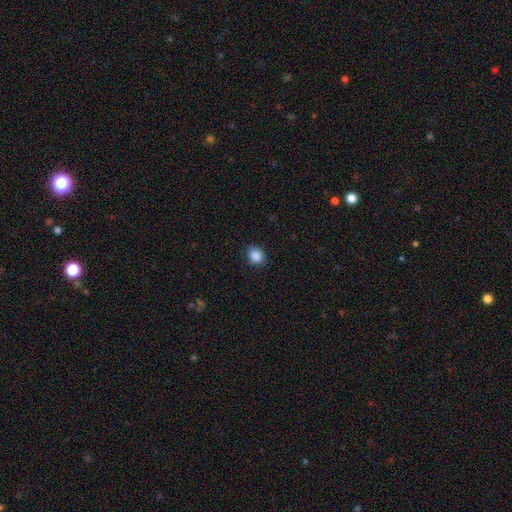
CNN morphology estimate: A smooth galaxy with no disk features (88%) that is round (69%).

Vote fractions:
- Smooth or featured? smooth: 88% / star or artifact: 9% / featured or disk: 3%
- How rounded? round: 69% / in between: 30% / cigar-shaped: 1%
- Merging? none: 86% / minor disturbance: 10% / major disturbance: 2% / merger: 1%